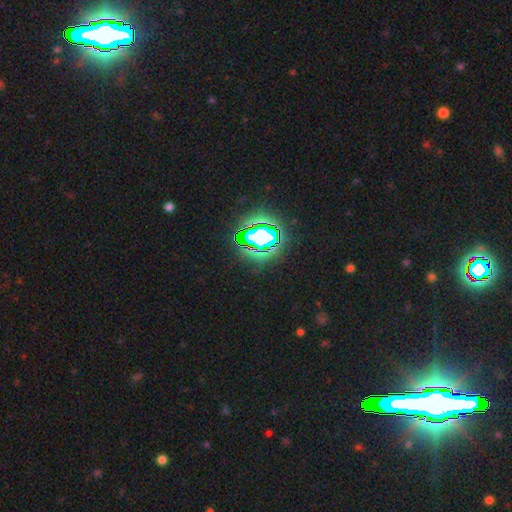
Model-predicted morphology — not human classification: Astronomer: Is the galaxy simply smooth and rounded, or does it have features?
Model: star or artifact — 83%.